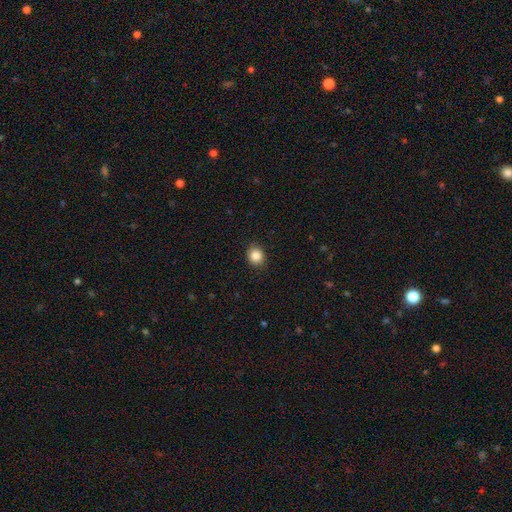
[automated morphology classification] smooth_or_featured: smooth (p=0.86) [alt: star or artifact p=0.10]
how_rounded: round (p=0.73) [alt: in between p=0.26]
merging: none (p=0.89) [alt: minor disturbance p=0.08]